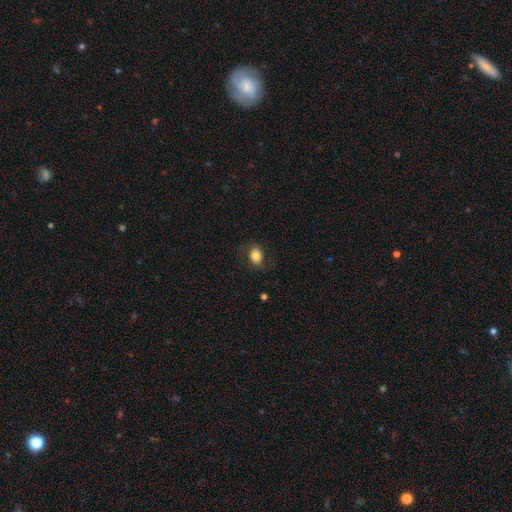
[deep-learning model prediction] Overall: smooth (80%). How rounded: in between (75%). Merging: none (78%).